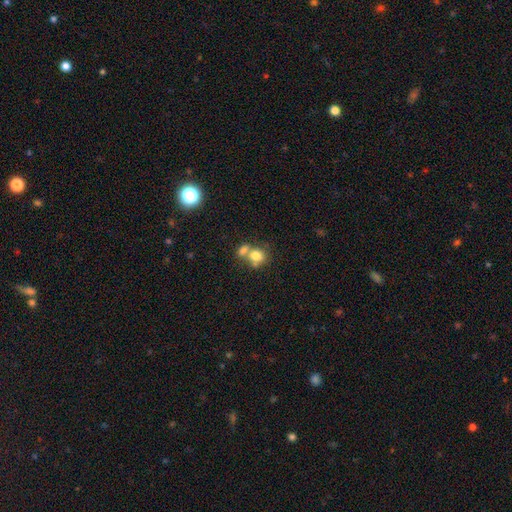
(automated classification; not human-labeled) The model was most divided on "merging": merger: 53%, none: 34%, minor disturbance: 9%, major disturbance: 5%. More confident: smooth or featured — smooth (76%); how rounded — round (60%).